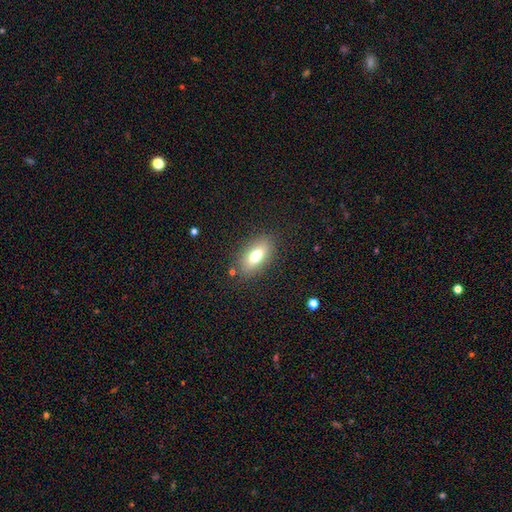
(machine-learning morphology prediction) Smooth or featured: smooth — 71% (featured or disk — 19%)
How rounded: in between — 84% (cigar-shaped — 11%)
Merging: none — 84% (minor disturbance — 11%)